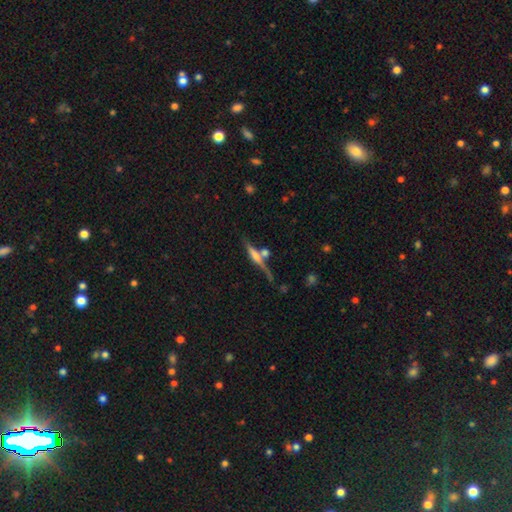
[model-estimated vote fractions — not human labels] Overall: featured or disk (61%; smooth 30%). Edge-on disk: yes (95%). Edge-on bulge: rounded (64%). Merging: none (61%; merger 21%).